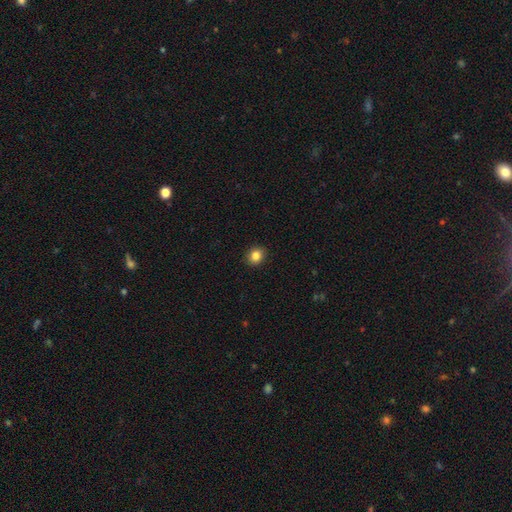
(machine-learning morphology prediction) Smooth or featured? smooth (84%)
How rounded? round (71%)
Merging? none (90%)